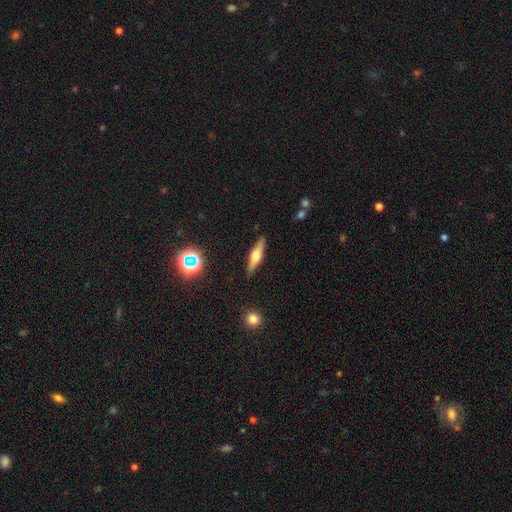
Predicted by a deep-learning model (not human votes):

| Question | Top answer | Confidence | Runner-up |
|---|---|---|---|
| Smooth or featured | featured or disk | 58% | smooth (33%) |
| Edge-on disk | yes | 95% | no (5%) |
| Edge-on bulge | rounded | 90% | boxy (7%) |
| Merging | none | 88% | minor disturbance (8%) |